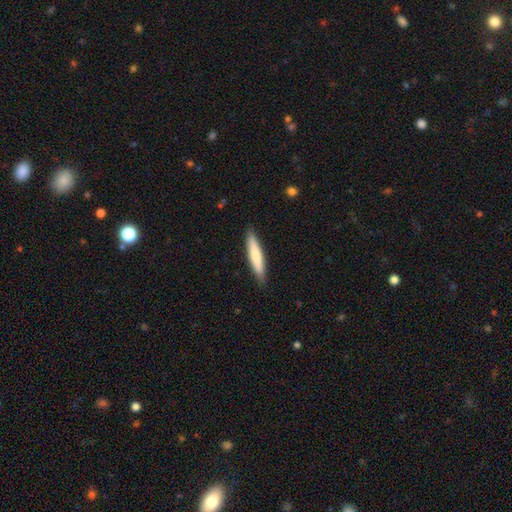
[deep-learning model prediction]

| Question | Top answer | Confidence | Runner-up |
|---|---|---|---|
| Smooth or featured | smooth | 74% | featured or disk (21%) |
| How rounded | cigar-shaped | 90% | in between (9%) |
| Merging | none | 89% | minor disturbance (9%) |